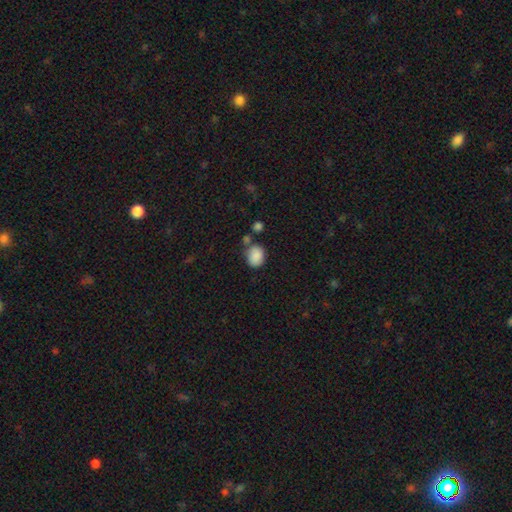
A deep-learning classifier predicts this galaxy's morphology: Smooth or featured? Predicted: smooth (p=0.87). How rounded? Predicted: in between (p=0.52). Merging? Predicted: none (p=0.64).